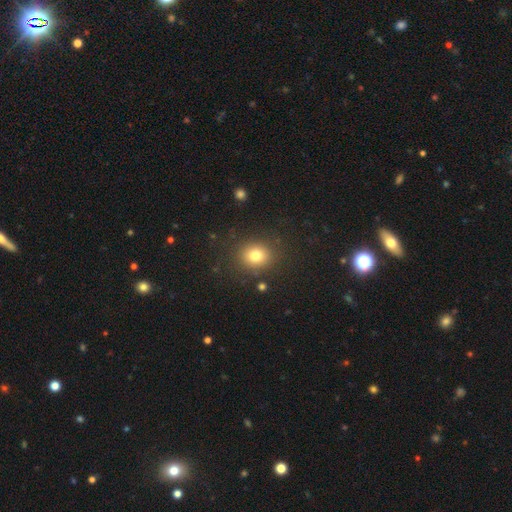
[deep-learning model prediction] Smooth or featured? smooth (78%)
How rounded? round (78%)
Merging? none (86%)